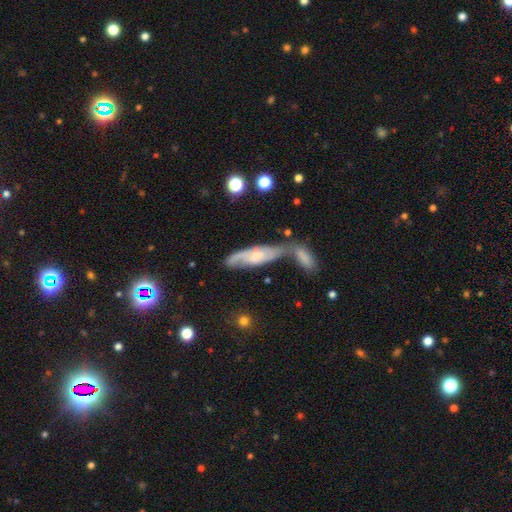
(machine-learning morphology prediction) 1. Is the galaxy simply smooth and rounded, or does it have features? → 61% featured or disk, 32% smooth, 7% star or artifact.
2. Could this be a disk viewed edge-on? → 70% no, 30% yes.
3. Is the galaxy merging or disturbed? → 44% merger, 30% none, 16% minor disturbance, 9% major disturbance.